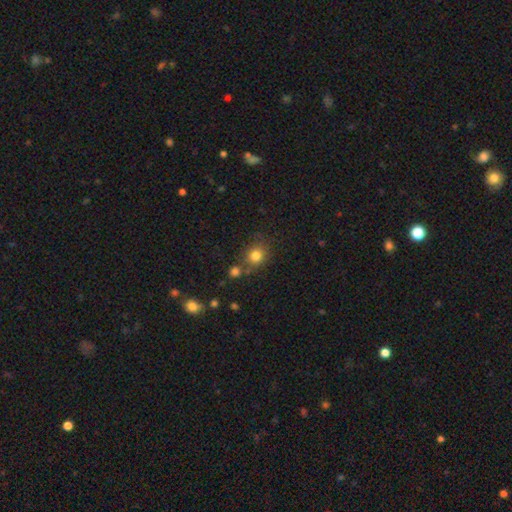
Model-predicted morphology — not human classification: Smooth or featured? smooth (80%)
How rounded? round (79%)
Merging? none (67%)